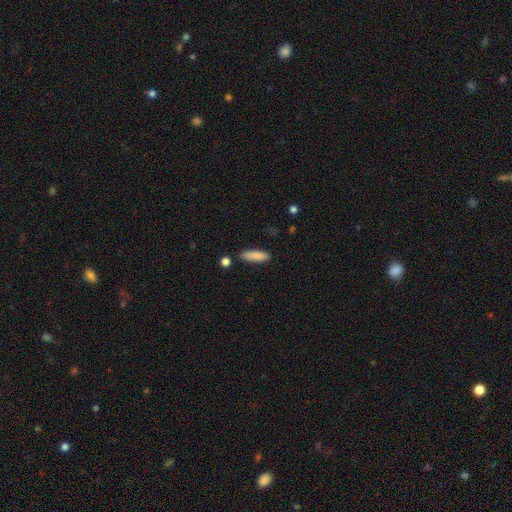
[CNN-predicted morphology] Smooth or featured? Predicted: smooth (p=0.86). How rounded? Predicted: cigar-shaped (p=0.61). Merging? Predicted: none (p=0.85).